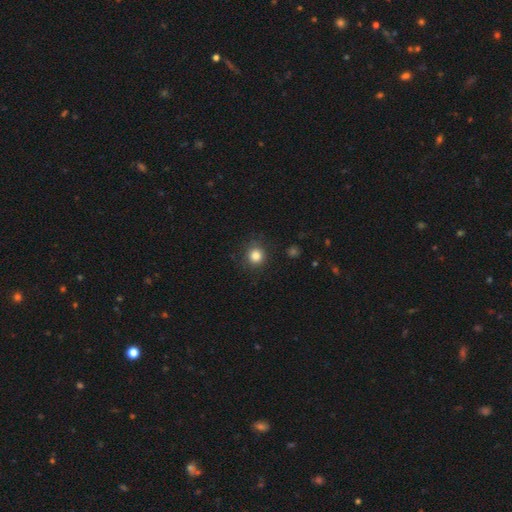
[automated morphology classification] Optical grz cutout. It shows a smooth galaxy with no disk features (83%) that is round (90%). Merging: none (86%).